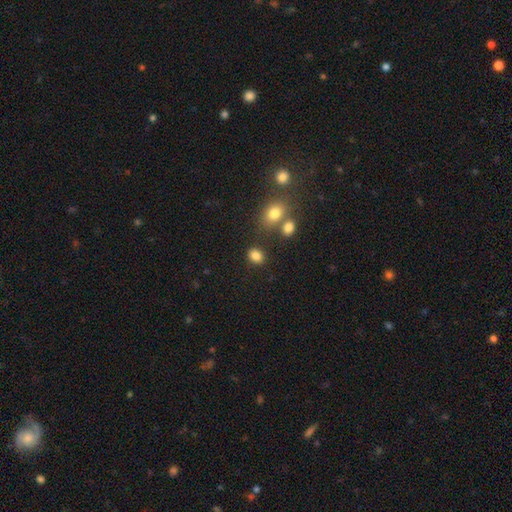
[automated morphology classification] smooth-or-featured: smooth: 84% | star or artifact: 11% | featured or disk: 5%
  how-rounded: in between: 59% | round: 39% | cigar-shaped: 1%
  merging: none: 76% | minor disturbance: 11% | merger: 9% | major disturbance: 4%